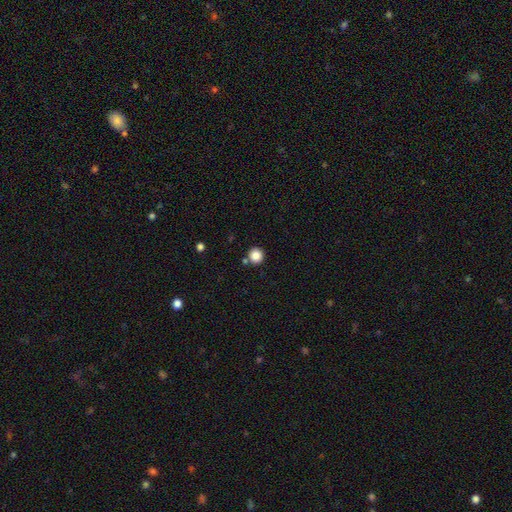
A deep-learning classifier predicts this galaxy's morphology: Smooth or featured? smooth (86%)
How rounded? round (94%)
Merging? none (83%)